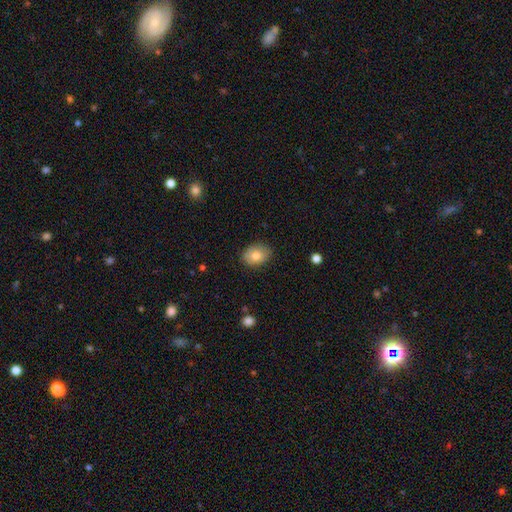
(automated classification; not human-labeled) smooth 80%, featured or disk 12%, star or artifact 8%. Down the decision tree: how rounded — in between (72%); merging — none (83%).